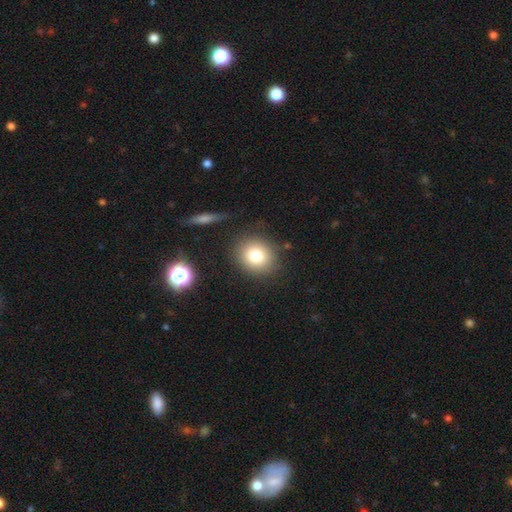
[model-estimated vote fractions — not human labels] Smooth or featured: smooth — 78% (star or artifact — 12%)
How rounded: round — 80% (in between — 19%)
Merging: none — 84% (minor disturbance — 10%)